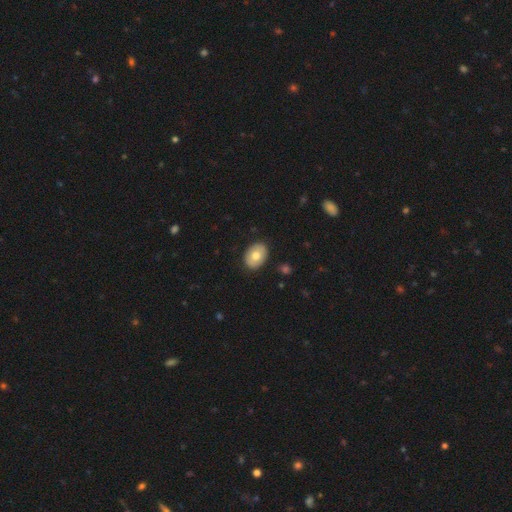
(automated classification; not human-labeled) Smooth or featured: smooth — 73% (featured or disk — 21%)
How rounded: in between — 76% (round — 23%)
Merging: none — 88% (minor disturbance — 9%)